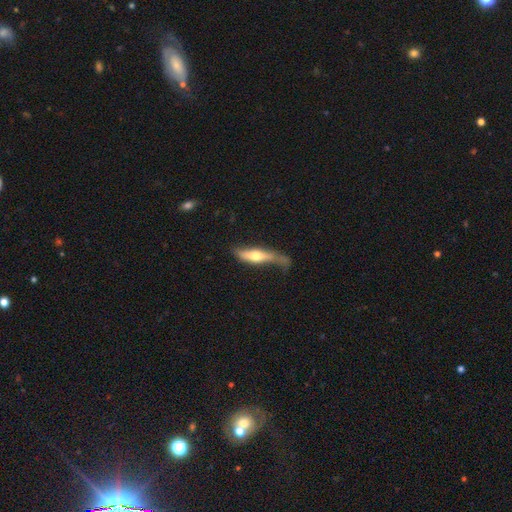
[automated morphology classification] smooth_or_featured: smooth (p=0.51) [alt: featured or disk p=0.43]
how_rounded: cigar-shaped (p=0.70) [alt: in between p=0.27]
merging: none (p=0.39) [alt: minor disturbance p=0.31]